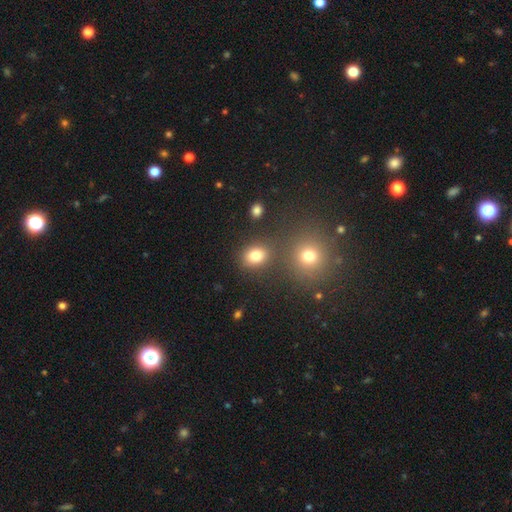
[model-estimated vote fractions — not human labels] A smooth galaxy with no disk features (81%) that is in between round and cigar-shaped (54%). Merging: none (75%).